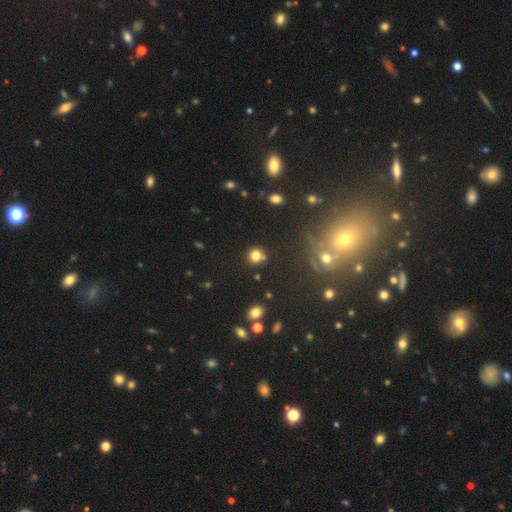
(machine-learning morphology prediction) Smooth or featured?
  - smooth: 77% *
  - star or artifact: 16%
  - featured or disk: 7%
How rounded?
  - round: 85% *
  - in between: 14%
  - cigar-shaped: 1%
Merging?
  - none: 73% *
  - merger: 12%
  - minor disturbance: 11%
  - major disturbance: 4%